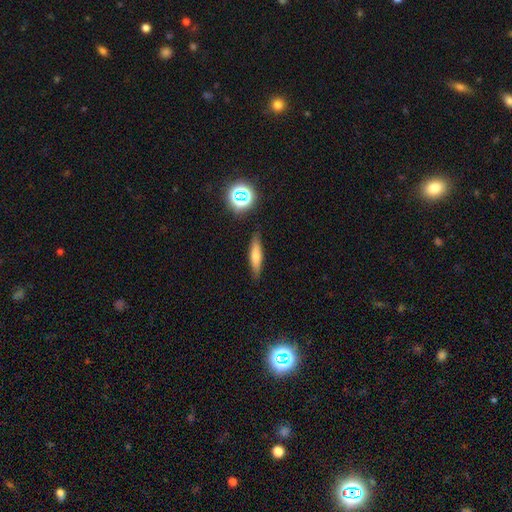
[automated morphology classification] smooth 62%, featured or disk 28%, star or artifact 10%. Down the decision tree: how rounded — cigar-shaped (77%); merging — none (86%).